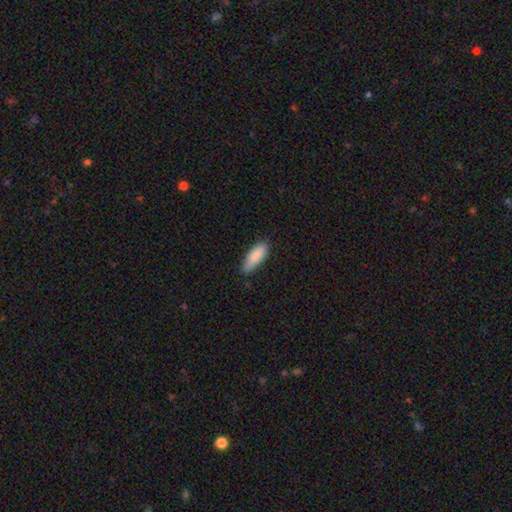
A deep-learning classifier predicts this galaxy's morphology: A smooth galaxy with no disk features (87%) that is in between round and cigar-shaped (64%).

Vote fractions:
- Smooth or featured? smooth: 87% / featured or disk: 7% / star or artifact: 6%
- How rounded? in between: 64% / cigar-shaped: 34% / round: 2%
- Merging? none: 74% / minor disturbance: 22% / major disturbance: 3% / merger: 1%